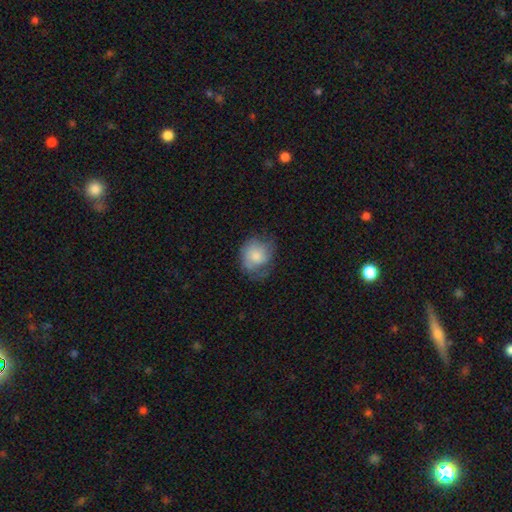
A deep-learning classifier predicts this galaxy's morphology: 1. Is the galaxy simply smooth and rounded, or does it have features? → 59% smooth, 34% featured or disk, 7% star or artifact.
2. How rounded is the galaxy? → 65% round, 34% in between, 1% cigar-shaped.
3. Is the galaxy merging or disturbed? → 50% none, 30% minor disturbance, 18% major disturbance, 1% merger.